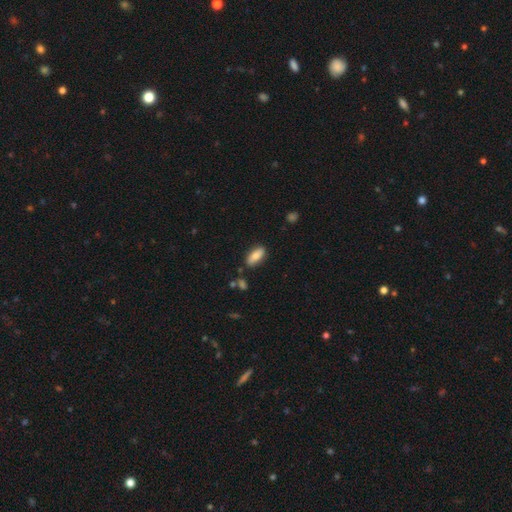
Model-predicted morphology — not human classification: This appears to be a smooth galaxy with no disk features (80%) that is in between round and cigar-shaped (77%). Merging: none (83%).